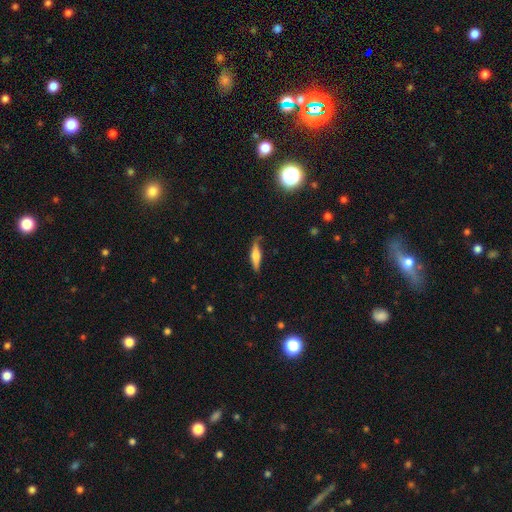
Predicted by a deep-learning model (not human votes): Smooth or featured: smooth — 47% (featured or disk — 46%)
Merging: none — 67% (minor disturbance — 24%)